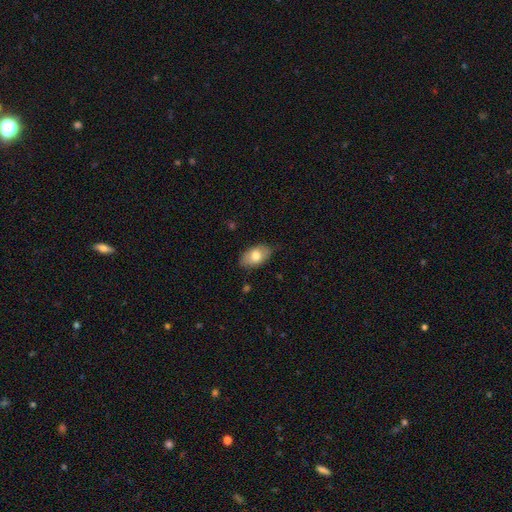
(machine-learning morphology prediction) Overall: smooth (74%). How rounded: in between (92%). Merging: none (78%).